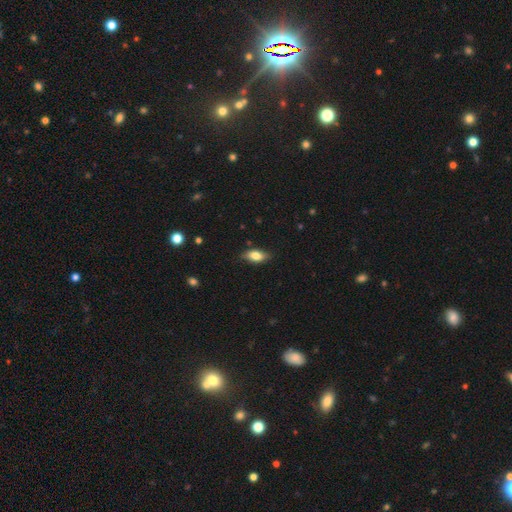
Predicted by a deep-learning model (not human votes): A smooth galaxy with no disk features (77%) that is in between round and cigar-shaped (86%). Merging: none (81%).